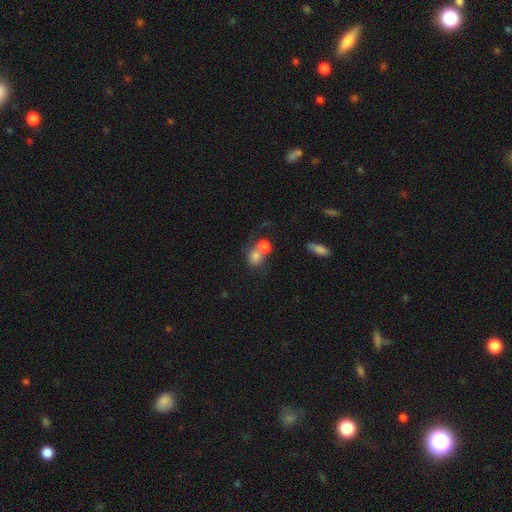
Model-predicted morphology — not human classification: This is likely a smooth galaxy (76%). How rounded: likely round (64%). Merging: possibly merger (57%).